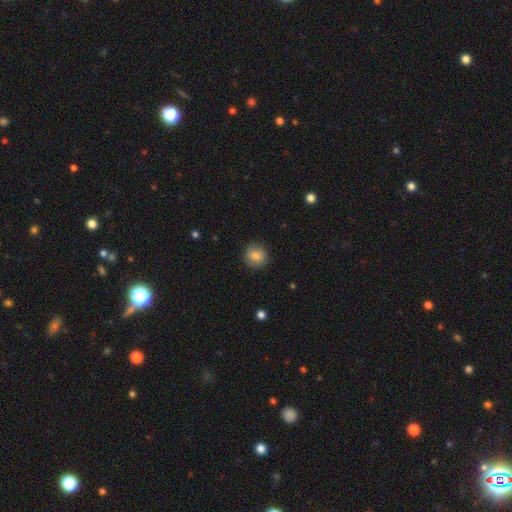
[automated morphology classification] smooth 83%, star or artifact 9%, featured or disk 8%. Down the decision tree: how rounded — round (92%); merging — none (88%).